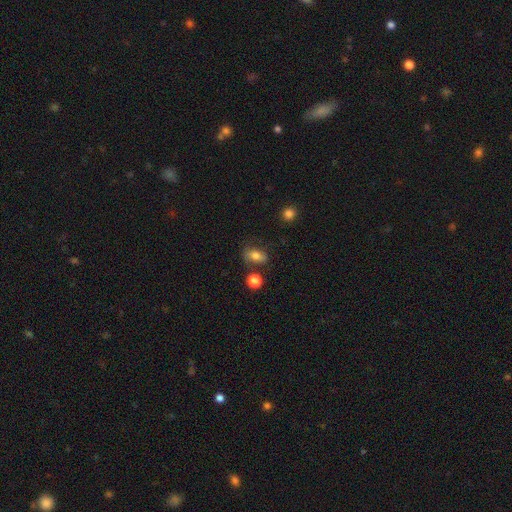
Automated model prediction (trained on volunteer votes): Smooth or featured? smooth (75%)
How rounded? in between (78%)
Merging? none (66%)